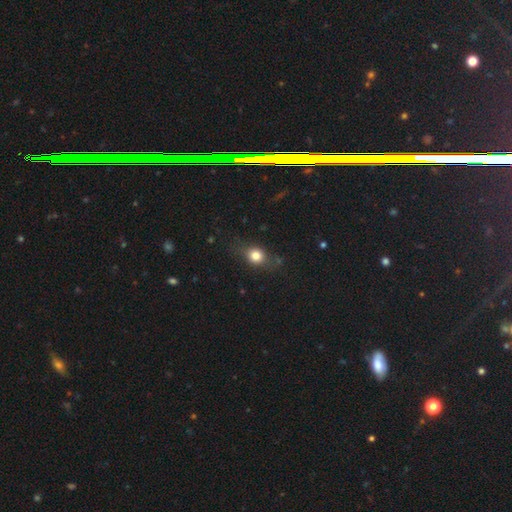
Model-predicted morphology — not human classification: smooth-or-featured: smooth: 76% | featured or disk: 13% | star or artifact: 11%
  how-rounded: round: 60% | in between: 38% | cigar-shaped: 3%
  merging: none: 70% | minor disturbance: 20% | major disturbance: 7% | merger: 2%